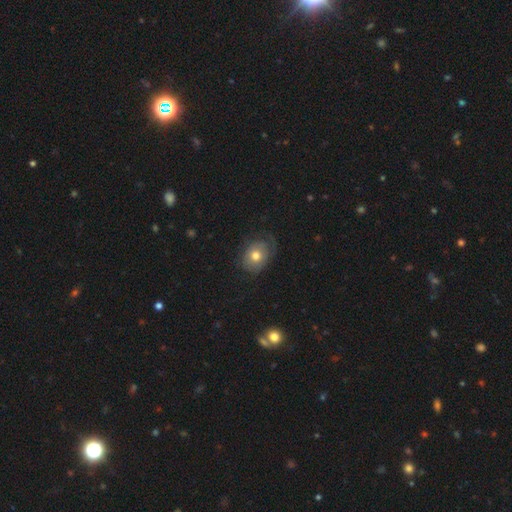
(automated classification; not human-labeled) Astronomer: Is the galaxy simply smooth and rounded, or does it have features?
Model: smooth — 63%.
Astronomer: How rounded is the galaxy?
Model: in between — 56% (runner-up: round, 43%).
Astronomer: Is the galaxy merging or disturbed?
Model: none — 58%.